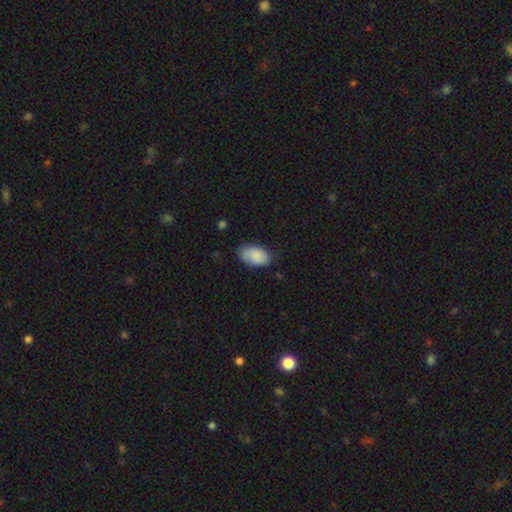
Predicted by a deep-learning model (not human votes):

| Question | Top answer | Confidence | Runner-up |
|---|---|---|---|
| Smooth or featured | smooth | 83% | featured or disk (10%) |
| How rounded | in between | 94% | round (5%) |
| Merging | none | 71% | minor disturbance (23%) |